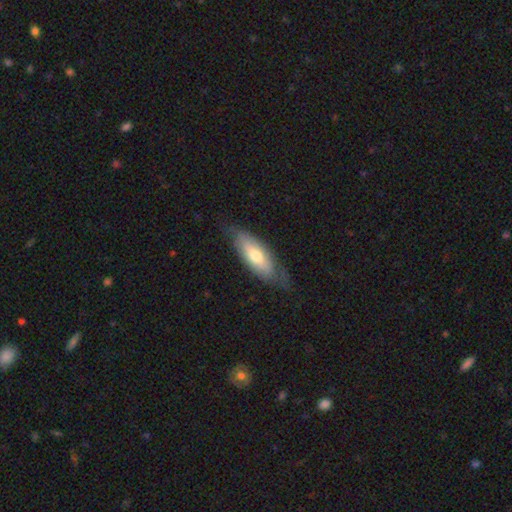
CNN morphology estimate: Smooth or featured? Predicted: smooth (p=0.57). How rounded? Predicted: in between (p=0.71). Merging? Predicted: none (p=0.66).